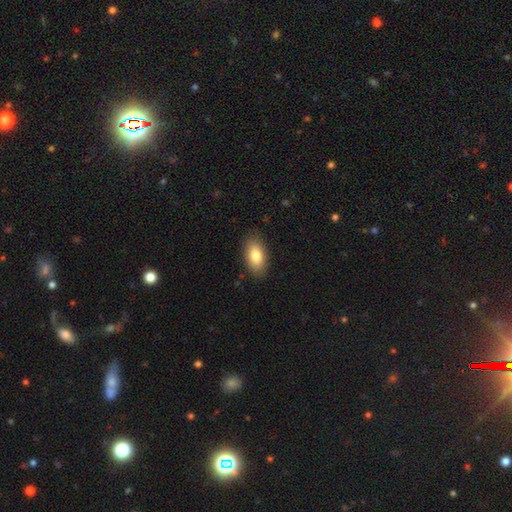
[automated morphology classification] Smooth or featured: smooth — 81% (featured or disk — 13%)
How rounded: in between — 92% (round — 4%)
Merging: none — 87% (minor disturbance — 10%)